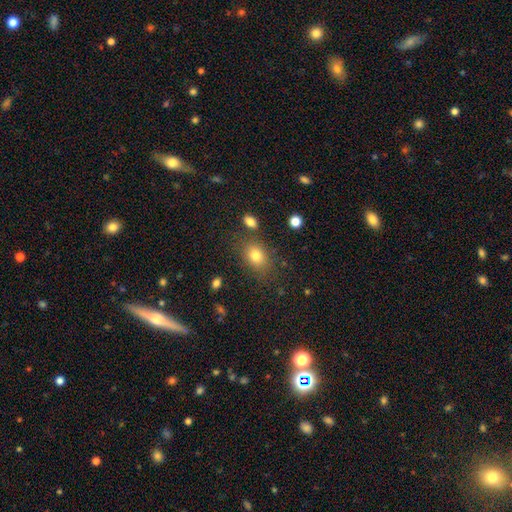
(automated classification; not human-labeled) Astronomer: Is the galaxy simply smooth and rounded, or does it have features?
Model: smooth — 78%.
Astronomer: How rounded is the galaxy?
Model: in between — 66%.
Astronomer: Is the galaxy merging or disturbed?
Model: none — 75%.